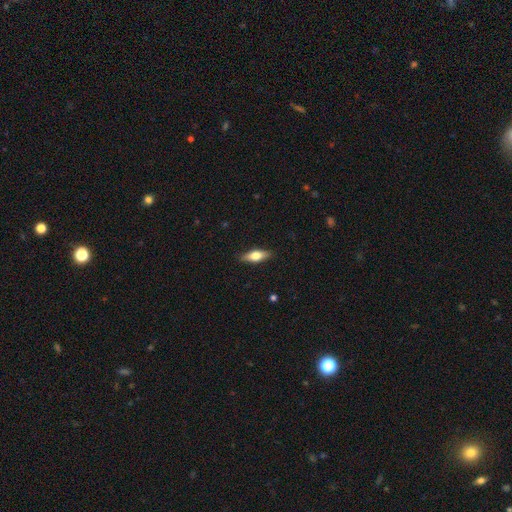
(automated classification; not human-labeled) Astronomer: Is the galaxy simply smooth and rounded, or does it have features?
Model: smooth — 55% (runner-up: featured or disk, 39%).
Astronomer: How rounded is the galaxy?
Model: in between — 59% (runner-up: cigar-shaped, 38%).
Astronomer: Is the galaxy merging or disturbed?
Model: none — 88%.